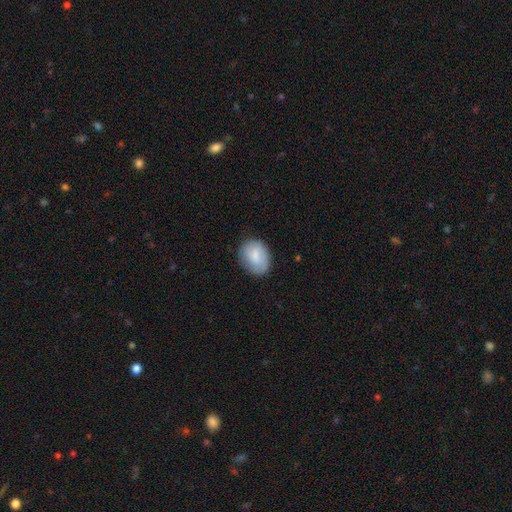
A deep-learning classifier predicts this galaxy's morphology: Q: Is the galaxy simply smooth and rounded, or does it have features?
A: smooth — 75%.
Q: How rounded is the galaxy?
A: in between — 59%.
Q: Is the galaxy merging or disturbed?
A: none — 75%.